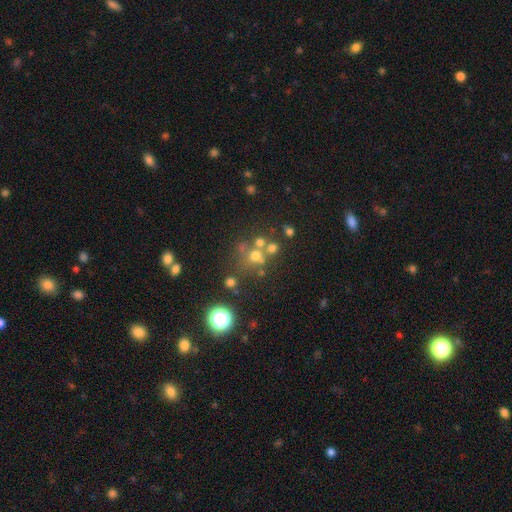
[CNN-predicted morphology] A smooth galaxy with no disk features (54%) that is round (85%). Merging: none (54%).